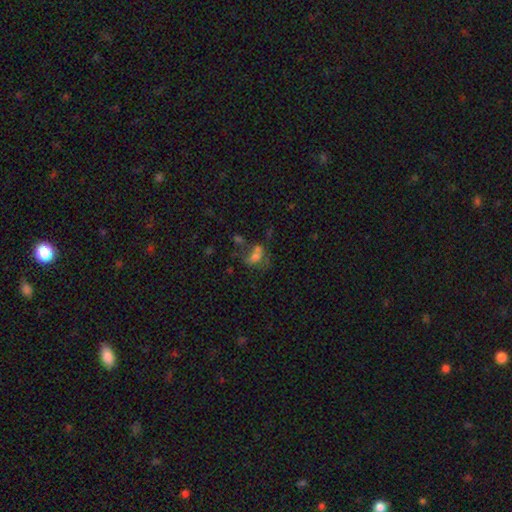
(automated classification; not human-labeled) Smooth or featured?
  - smooth: 55% *
  - featured or disk: 27%
  - star or artifact: 18%
How rounded?
  - in between: 66% *
  - round: 31%
  - cigar-shaped: 3%
Merging?
  - merger: 40% *
  - none: 26%
  - major disturbance: 19%
  - minor disturbance: 15%